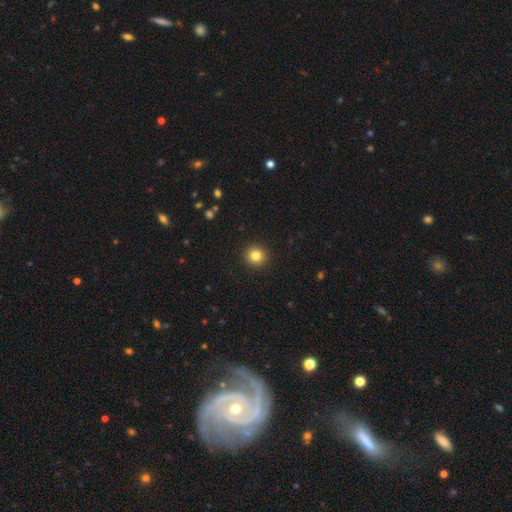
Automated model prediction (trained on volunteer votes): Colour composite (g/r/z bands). It shows a smooth galaxy with no disk features (82%) that is round (94%). Merging: none (93%).